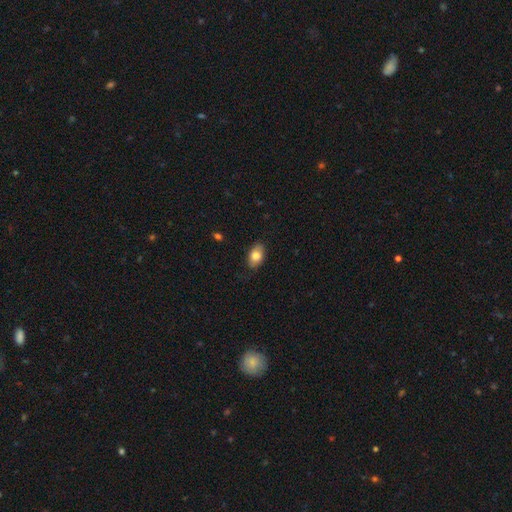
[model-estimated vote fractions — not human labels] The model was most divided on "merging": none: 82%, minor disturbance: 14%, major disturbance: 3%, merger: 1%. More confident: how rounded — in between (87%); smooth or featured — smooth (82%).